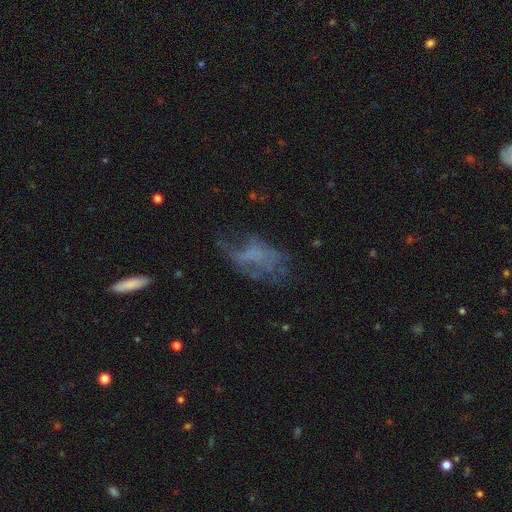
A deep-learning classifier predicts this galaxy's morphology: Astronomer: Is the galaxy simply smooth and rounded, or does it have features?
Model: featured or disk — 48% (runner-up: smooth, 35%).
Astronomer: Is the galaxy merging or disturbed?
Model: none — 37%, tied with major disturbance at 37%.